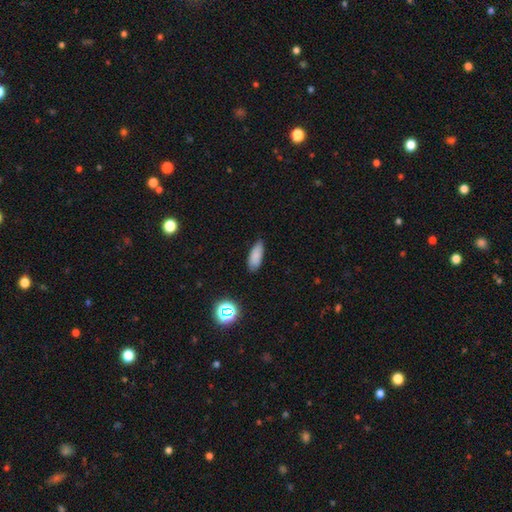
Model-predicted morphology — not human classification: A smooth galaxy with no disk features (82%) that is in between round and cigar-shaped (74%). Merging: none (79%).